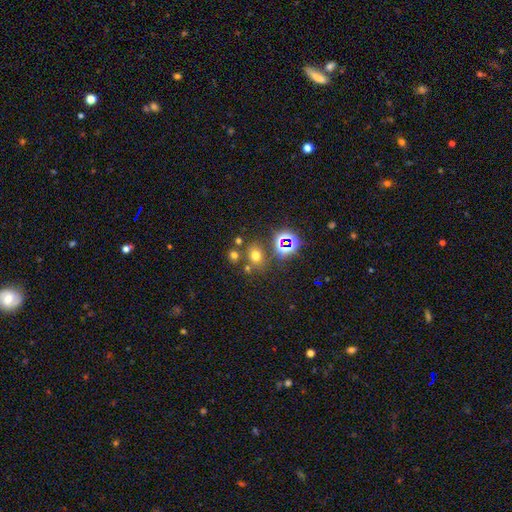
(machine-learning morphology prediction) Overall: smooth (61%; star or artifact 29%). How rounded: round (66%; in between 33%). Merging: none (71%).